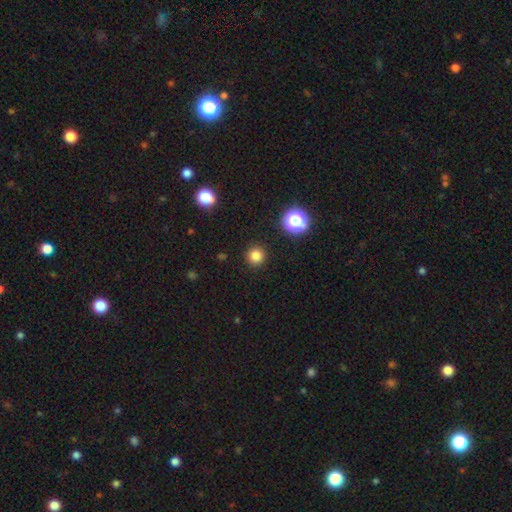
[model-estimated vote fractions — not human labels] This appears to be a smooth galaxy with no disk features (81%) that is round (95%). Merging: none (92%).